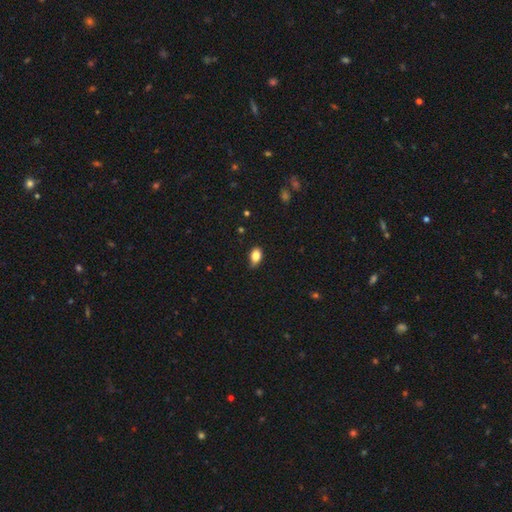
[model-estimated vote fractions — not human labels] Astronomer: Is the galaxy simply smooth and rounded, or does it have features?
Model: smooth — 82%.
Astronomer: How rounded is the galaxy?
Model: in between — 83%.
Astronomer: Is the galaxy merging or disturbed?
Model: none — 61%.